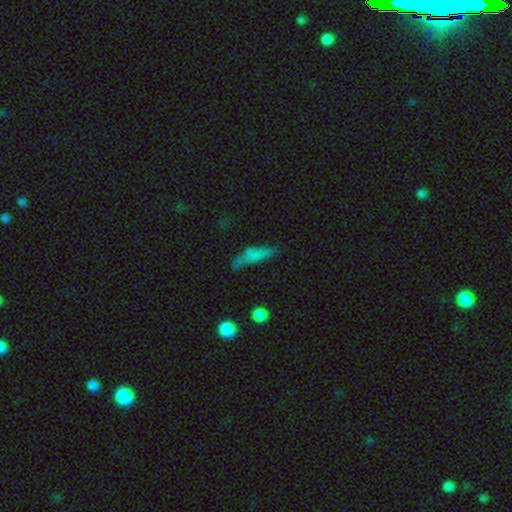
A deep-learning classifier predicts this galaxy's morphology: smooth_or_featured: smooth (p=0.68) [alt: featured or disk p=0.20]
how_rounded: cigar-shaped (p=0.71) [alt: in between p=0.25]
merging: none (p=0.55) [alt: minor disturbance p=0.24]